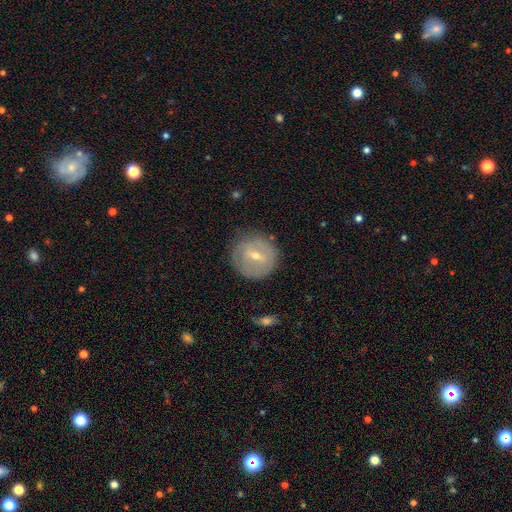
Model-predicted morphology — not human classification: A featured or disk galaxy (60%) with a weak bar (52%), spiral arms (54%) and a small central bulge (56%). Merging: none (79%).